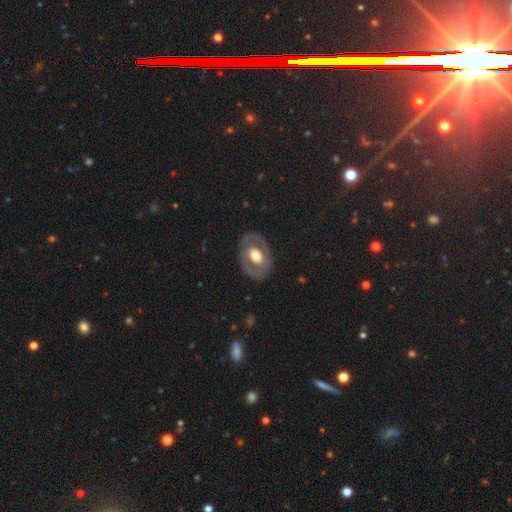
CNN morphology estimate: featured or disk 57%, smooth 38%, star or artifact 5%. Down the decision tree: edge-on disk — no (93%); bar — no (75%); spiral arms — no (78%); bulge size — large (47%); merging — none (78%).